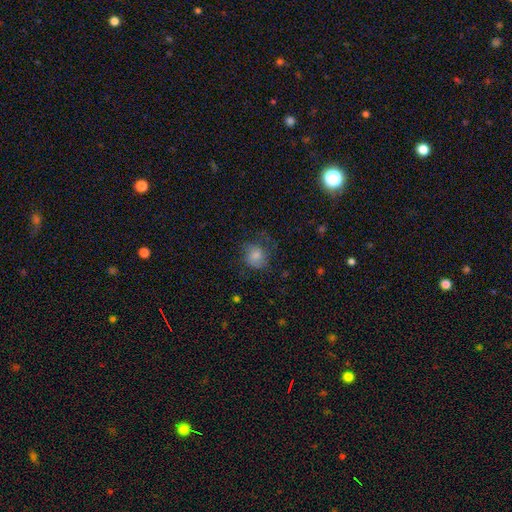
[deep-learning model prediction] Smooth or featured?
  - smooth: 75% *
  - featured or disk: 15%
  - star or artifact: 10%
How rounded?
  - round: 71% *
  - in between: 28%
  - cigar-shaped: 1%
Merging?
  - none: 60% *
  - minor disturbance: 24%
  - major disturbance: 14%
  - merger: 1%